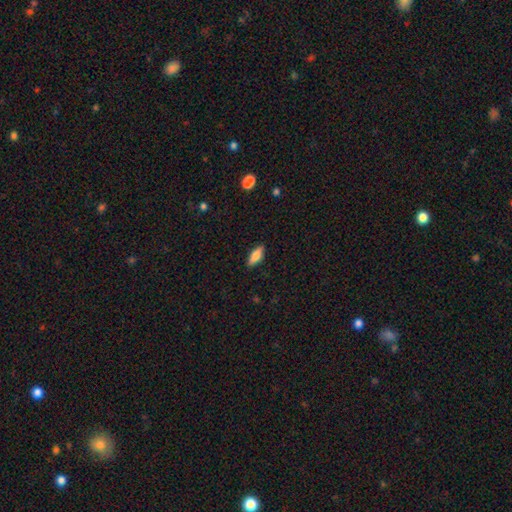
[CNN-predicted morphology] A smooth galaxy with no disk features (75%) that is in between round and cigar-shaped (69%).

Vote fractions:
- Smooth or featured? smooth: 75% / featured or disk: 18% / star or artifact: 7%
- How rounded? in between: 69% / cigar-shaped: 29% / round: 2%
- Merging? none: 88% / minor disturbance: 9% / major disturbance: 2% / merger: 1%